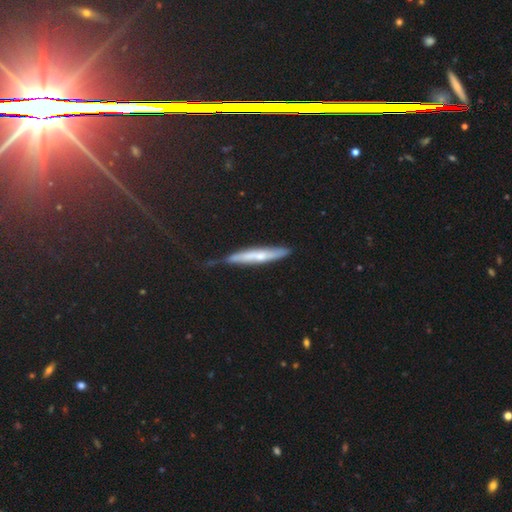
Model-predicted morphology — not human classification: A featured or disk galaxy (52%) viewed edge-on (83%). Merging: none (65%).